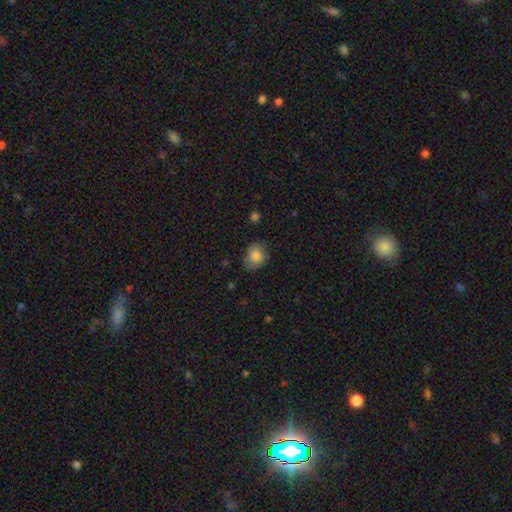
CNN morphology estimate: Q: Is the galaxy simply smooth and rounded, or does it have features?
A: smooth — 84%.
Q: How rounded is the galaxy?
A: in between — 54%.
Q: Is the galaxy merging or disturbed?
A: none — 75%.